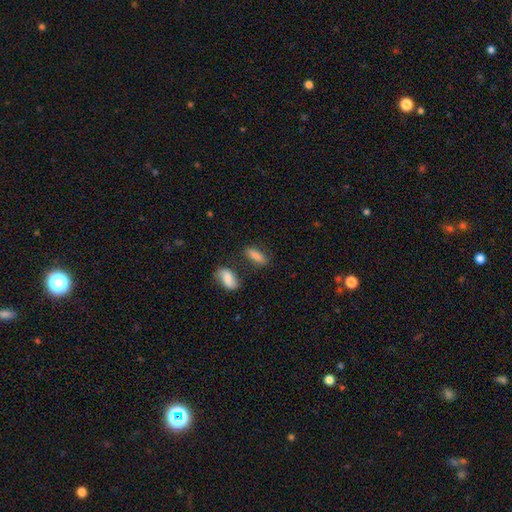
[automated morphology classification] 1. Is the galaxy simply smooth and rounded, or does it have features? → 82% smooth, 9% featured or disk, 8% star or artifact.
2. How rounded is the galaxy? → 61% in between, 36% cigar-shaped, 3% round.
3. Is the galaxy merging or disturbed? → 71% none, 15% minor disturbance, 10% merger, 5% major disturbance.